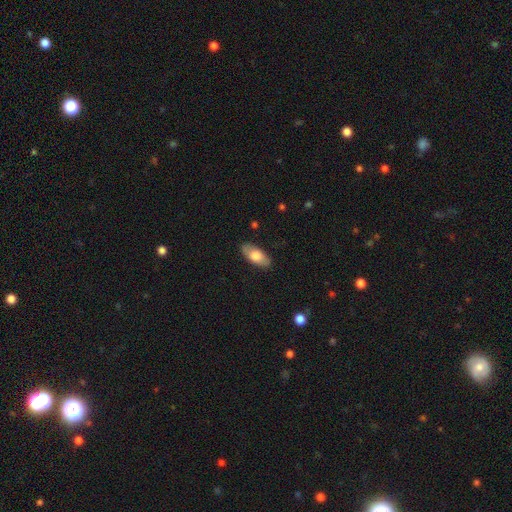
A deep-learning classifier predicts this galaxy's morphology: type=smooth (72%); roundness=in between (87%); merging=none (85%).